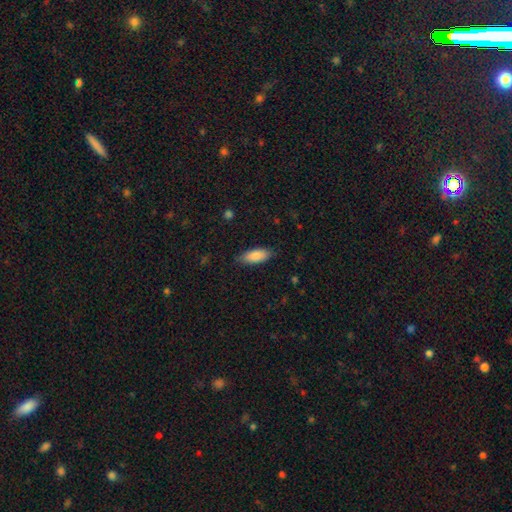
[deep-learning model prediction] Q: Smooth or featured?
A: smooth (87%); runner-up: featured or disk (7%)
Q: How rounded?
A: in between (80%); runner-up: cigar-shaped (18%)
Q: Merging?
A: none (83%); runner-up: minor disturbance (13%)